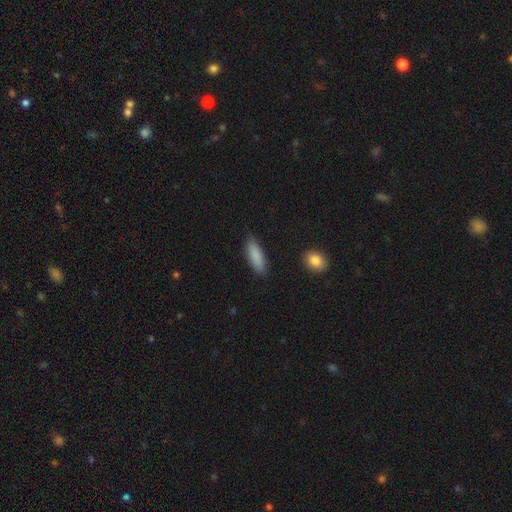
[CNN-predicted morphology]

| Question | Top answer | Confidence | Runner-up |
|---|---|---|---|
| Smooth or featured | smooth | 88% | featured or disk (6%) |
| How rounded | in between | 52% | cigar-shaped (47%) |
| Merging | none | 87% | minor disturbance (10%) |